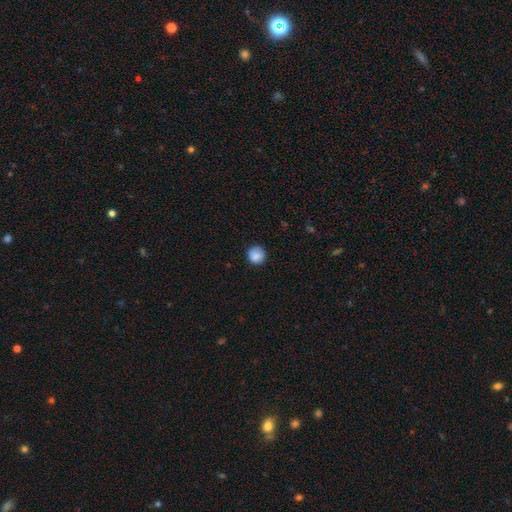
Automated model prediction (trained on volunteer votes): A smooth galaxy with no disk features (87%) that is round (93%).

Vote fractions:
- Smooth or featured? smooth: 87% / star or artifact: 8% / featured or disk: 4%
- How rounded? round: 93% / in between: 6% / cigar-shaped: 1%
- Merging? none: 85% / minor disturbance: 11% / major disturbance: 2% / merger: 1%